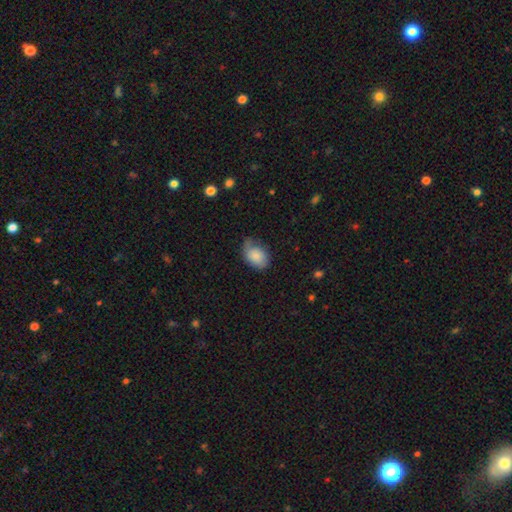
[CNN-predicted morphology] smooth 72%, featured or disk 21%, star or artifact 7%. Down the decision tree: how rounded — in between (81%); merging — none (51%).